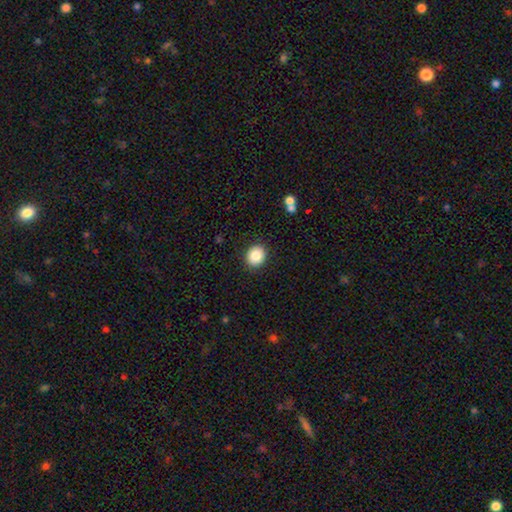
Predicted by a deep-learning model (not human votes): smooth-or-featured: smooth: 85% | star or artifact: 9% | featured or disk: 6%
  how-rounded: round: 73% | in between: 26% | cigar-shaped: 1%
  merging: none: 90% | minor disturbance: 6% | major disturbance: 2% | merger: 1%